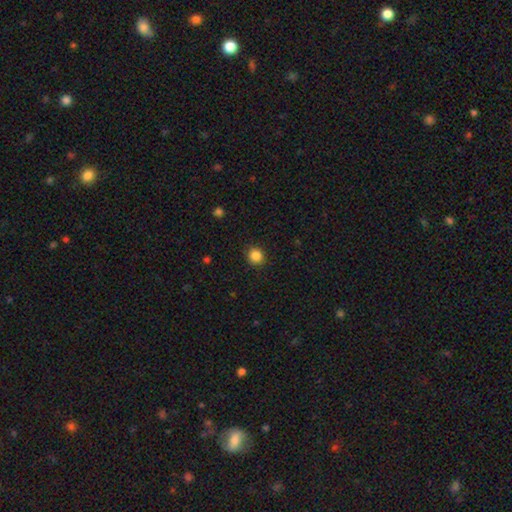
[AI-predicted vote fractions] Overall: smooth (86%). How rounded: round (86%). Merging: none (89%).